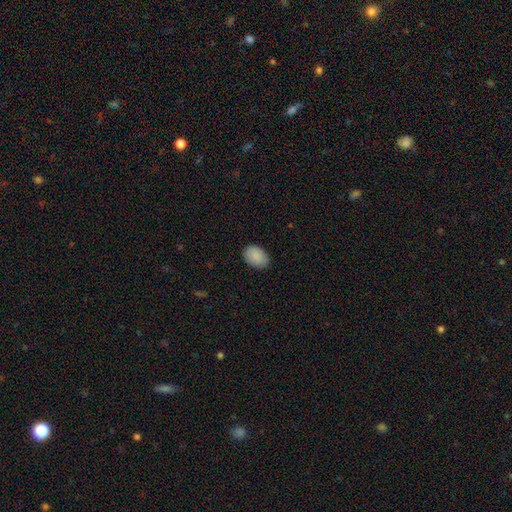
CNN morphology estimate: A smooth galaxy with no disk features (90%) that is in between round and cigar-shaped (82%). Merging: none (85%).